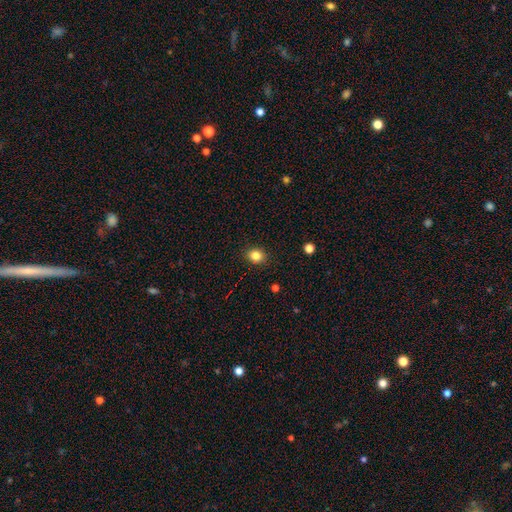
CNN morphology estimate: Smooth or featured? smooth (83%)
How rounded? round (61%)
Merging? none (90%)